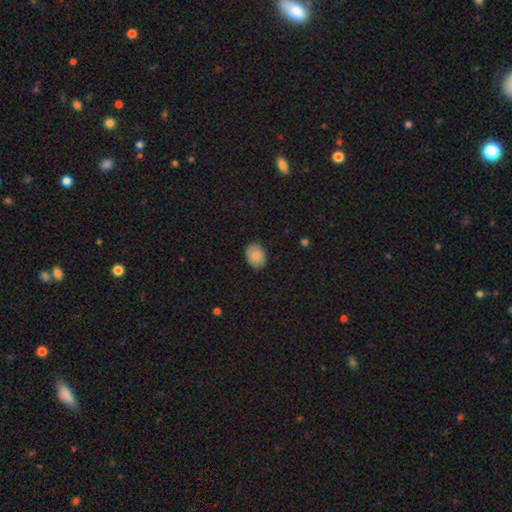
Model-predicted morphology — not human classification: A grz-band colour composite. It shows a smooth galaxy with no disk features (82%) that is in between round and cigar-shaped (69%). Merging: none (86%).